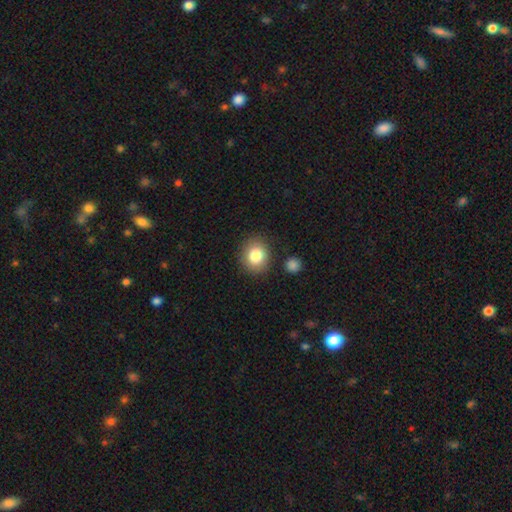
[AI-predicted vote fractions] smooth_or_featured: smooth (p=0.83) [alt: star or artifact p=0.09]
how_rounded: round (p=0.73) [alt: in between p=0.27]
merging: none (p=0.83) [alt: minor disturbance p=0.10]